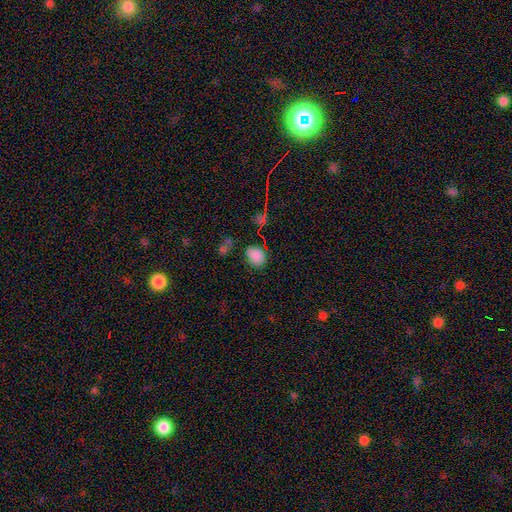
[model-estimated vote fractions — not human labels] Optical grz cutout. It shows a smooth galaxy with no disk features (78%) that is in between round and cigar-shaped (58%). Merging: none (74%).